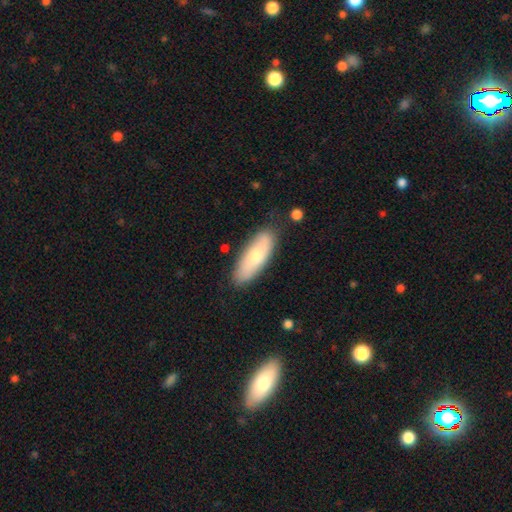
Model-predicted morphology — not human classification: Smooth or featured? Predicted: smooth (p=0.67). How rounded? Predicted: in between (p=0.68). Merging? Predicted: none (p=0.82).